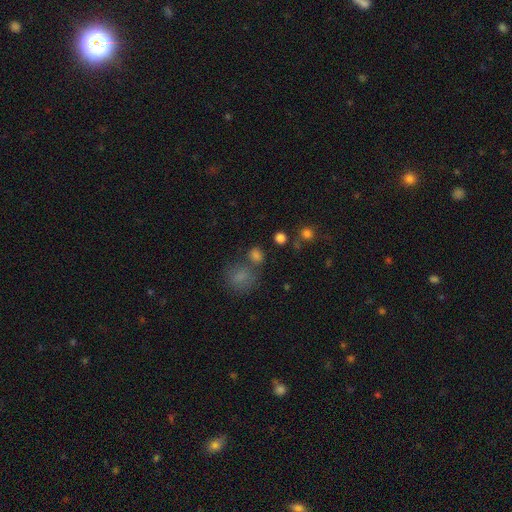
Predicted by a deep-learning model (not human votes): A smooth galaxy with no disk features (77%) that is round (63%). Merging: none (59%).